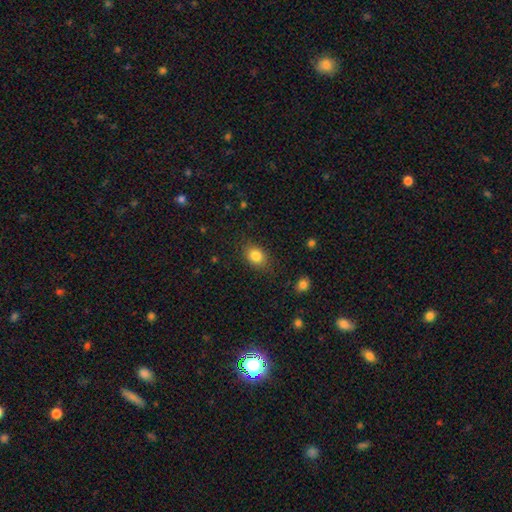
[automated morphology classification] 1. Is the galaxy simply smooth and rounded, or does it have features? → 84% smooth, 10% star or artifact, 6% featured or disk.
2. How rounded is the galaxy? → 63% in between, 36% round, 1% cigar-shaped.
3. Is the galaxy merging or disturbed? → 82% none, 13% minor disturbance, 4% major disturbance, 1% merger.